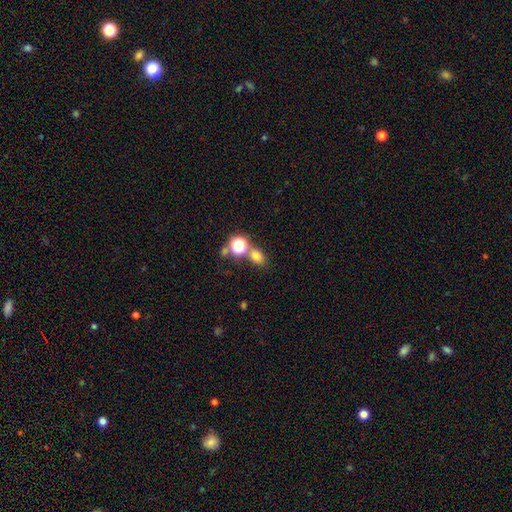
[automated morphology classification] Smooth or featured?
  - smooth: 72% *
  - star or artifact: 21%
  - featured or disk: 8%
How rounded?
  - in between: 58% *
  - round: 40%
  - cigar-shaped: 2%
Merging?
  - none: 66% *
  - merger: 20%
  - minor disturbance: 10%
  - major disturbance: 4%